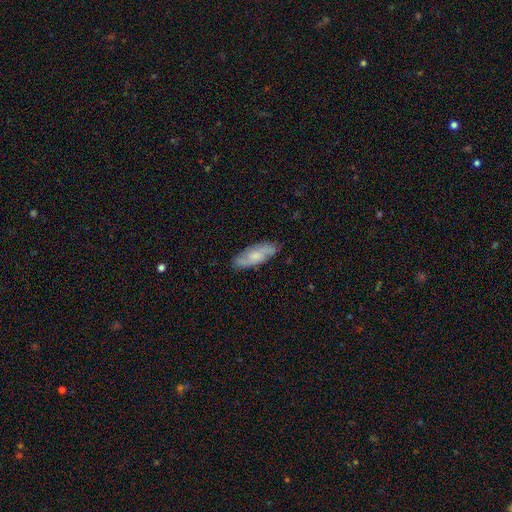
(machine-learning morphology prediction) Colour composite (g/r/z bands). It shows a featured or disk galaxy (50%). Merging: none (80%).